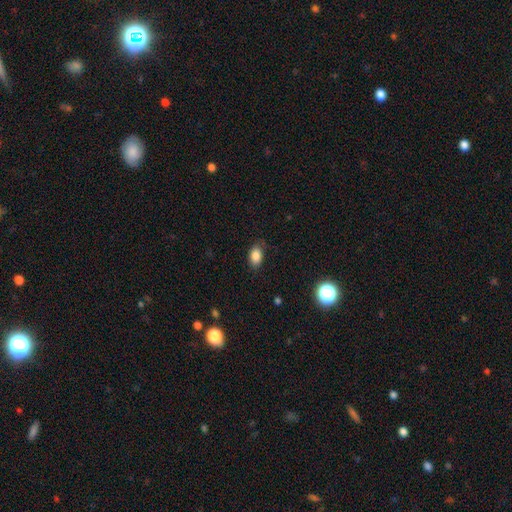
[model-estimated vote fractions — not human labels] smooth_or_featured: smooth (p=0.85) [alt: star or artifact p=0.09]
how_rounded: in between (p=0.87) [alt: round p=0.11]
merging: none (p=0.81) [alt: minor disturbance p=0.14]